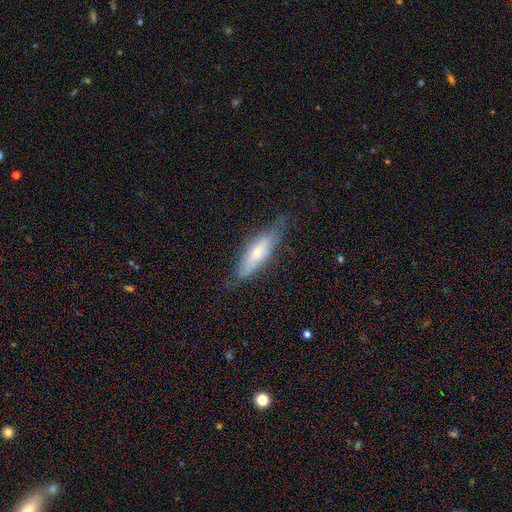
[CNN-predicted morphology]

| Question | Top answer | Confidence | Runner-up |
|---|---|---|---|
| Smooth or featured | smooth | 46% | tied: featured or disk (46%) |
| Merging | none | 74% | minor disturbance (21%) |